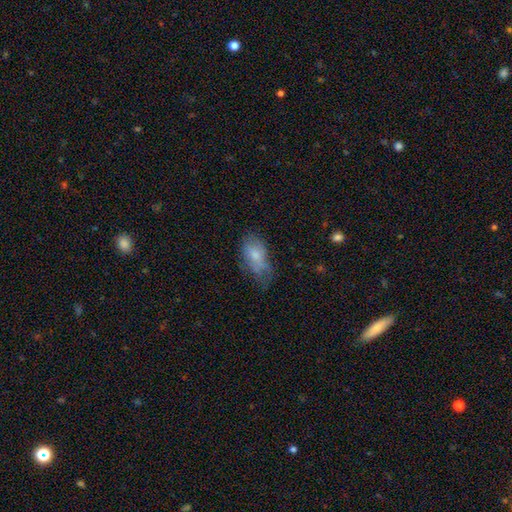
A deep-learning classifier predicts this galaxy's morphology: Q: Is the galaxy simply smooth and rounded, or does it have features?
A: smooth — 69%.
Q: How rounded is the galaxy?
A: in between — 91%.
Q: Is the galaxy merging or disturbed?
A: none — 38%.